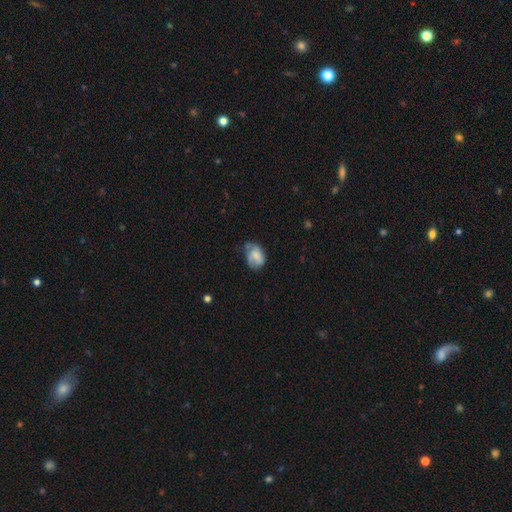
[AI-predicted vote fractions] A smooth galaxy with no disk features (54%) that is in between round and cigar-shaped (73%). Merging: none (41%).